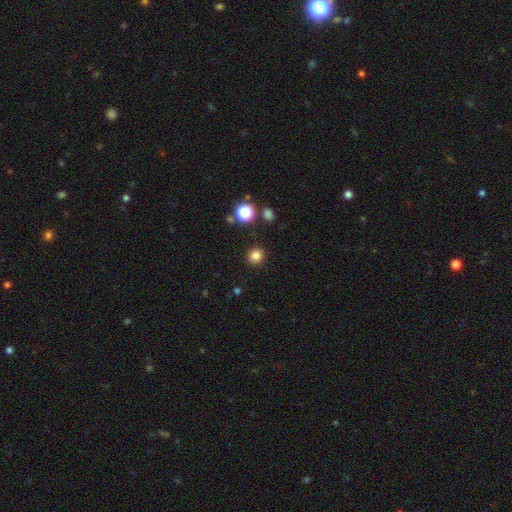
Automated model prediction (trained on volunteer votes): Overall: smooth (82%). How rounded: round (90%). Merging: none (90%).